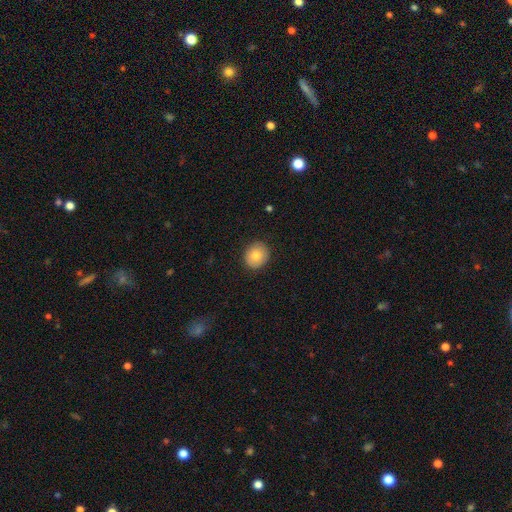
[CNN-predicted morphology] smooth 78%, featured or disk 15%, star or artifact 8%. Down the decision tree: how rounded — round (77%); merging — none (88%).